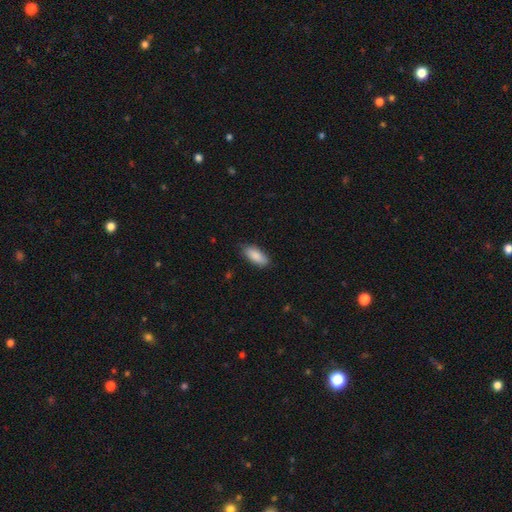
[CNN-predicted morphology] This appears to be a smooth galaxy with no disk features (89%) that is in between round and cigar-shaped (83%). Merging: none (82%).